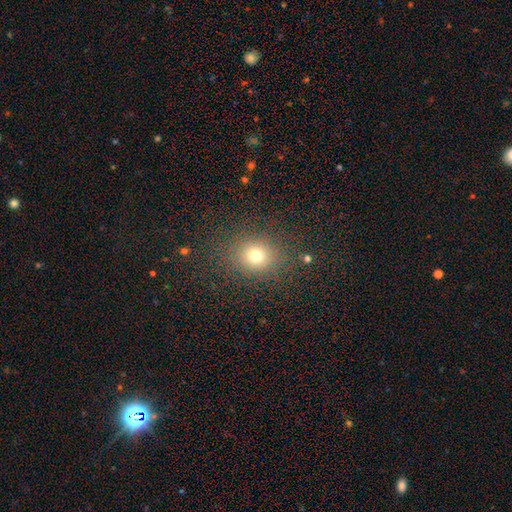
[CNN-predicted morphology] A smooth galaxy with no disk features (74%) that is round (75%).

Vote fractions:
- Smooth or featured? smooth: 74% / star or artifact: 18% / featured or disk: 8%
- How rounded? round: 75% / in between: 24% / cigar-shaped: 1%
- Merging? none: 83% / minor disturbance: 10% / major disturbance: 5% / merger: 2%